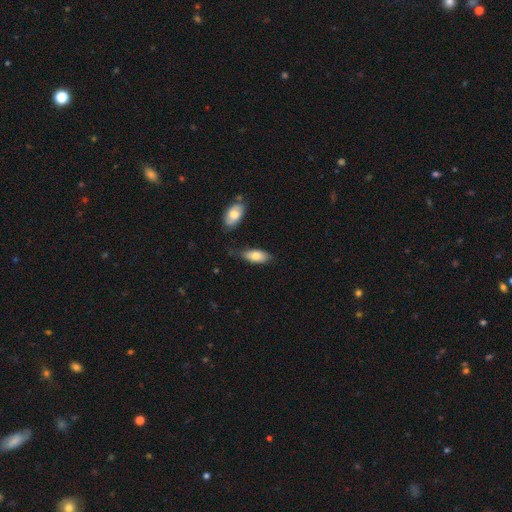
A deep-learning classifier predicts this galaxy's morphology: This is likely a smooth galaxy (78%). How rounded: clearly in between (89%). Merging: likely none (63%).